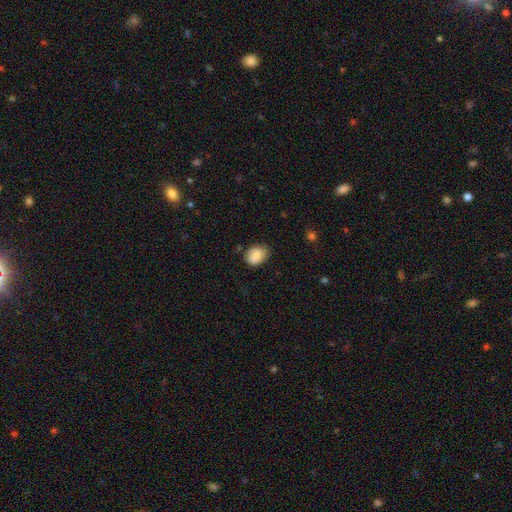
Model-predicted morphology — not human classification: Q: Smooth or featured?
A: smooth (85%); runner-up: star or artifact (8%)
Q: How rounded?
A: in between (62%); runner-up: round (37%)
Q: Merging?
A: none (62%); runner-up: minor disturbance (30%)